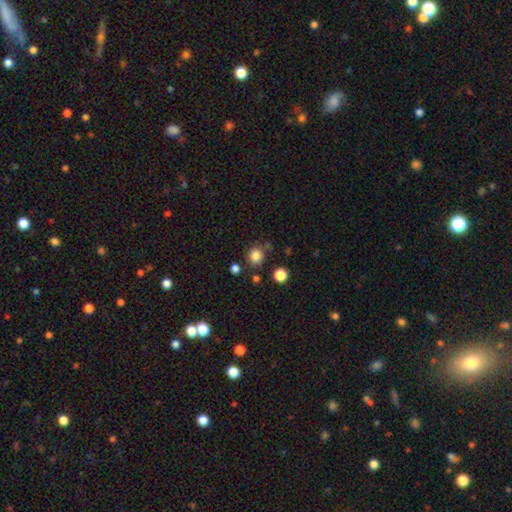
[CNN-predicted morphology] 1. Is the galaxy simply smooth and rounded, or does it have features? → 83% smooth, 12% star or artifact, 5% featured or disk.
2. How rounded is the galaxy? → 82% round, 17% in between, 1% cigar-shaped.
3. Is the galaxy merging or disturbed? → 76% none, 12% minor disturbance, 7% merger, 4% major disturbance.